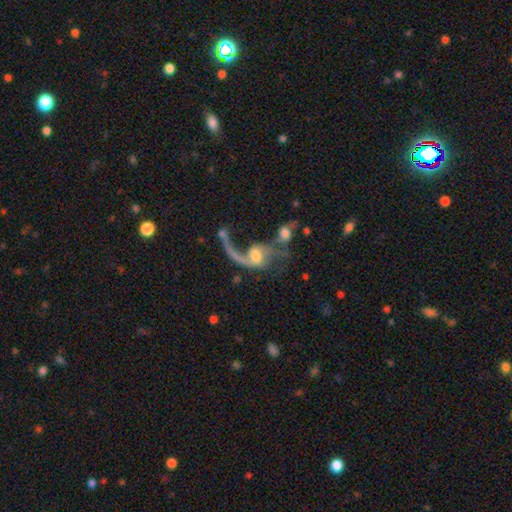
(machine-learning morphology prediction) smooth-or-featured: featured or disk: 75% | smooth: 17% | star or artifact: 8%
  disk-edge-on: no: 96% | yes: 4%
    bar: no: 49% | weak: 38% | strong: 13%
    has-spiral-arms: yes: 84% | no: 16%
      spiral-winding: loose: 86% | medium: 11% | tight: 3%
      spiral-arm-count: 1: 58% | 2: 35% | can't tell: 3% | 3: 1% | 4: 1% | more than 4: 1%
    bulge-size: moderate: 56% | small: 21% | large: 14% | none: 6% | dominant: 2%
  merging: merger: 42% | major disturbance: 29% | none: 20% | minor disturbance: 10%